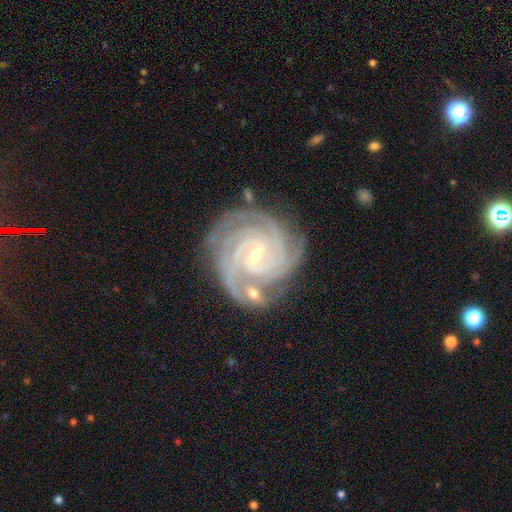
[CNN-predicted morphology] Smooth or featured?
  - featured or disk: 92% *
  - star or artifact: 4%
  - smooth: 3%
Edge-on disk?
  - no: 98% *
  - yes: 2%
Bar?
  - weak: 48% *
  - no: 32%
  - strong: 19%
Spiral arms?
  - yes: 99% *
  - no: 1%
Spiral winding?
  - tight: 82% *
  - medium: 16%
  - loose: 2%
Spiral arm count?
  - 4: 37% *
  - 3: 29%
  - can't tell: 11%
  - 2: 10%
  - more than 4: 8%
  - 1: 6%
Bulge size?
  - small: 62% *
  - moderate: 36%
  - large: 1%
  - none: 1%
  - dominant: 1%
Merging?
  - none: 70% *
  - minor disturbance: 17%
  - merger: 8%
  - major disturbance: 5%